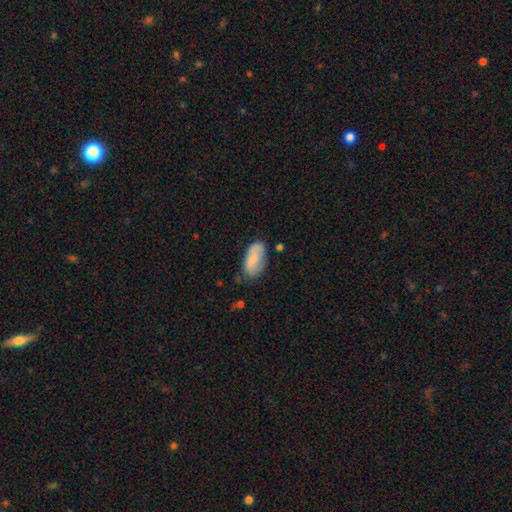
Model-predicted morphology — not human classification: Smooth or featured: smooth — 74% (featured or disk — 18%)
How rounded: in between — 93% (cigar-shaped — 4%)
Merging: none — 59% (minor disturbance — 29%)